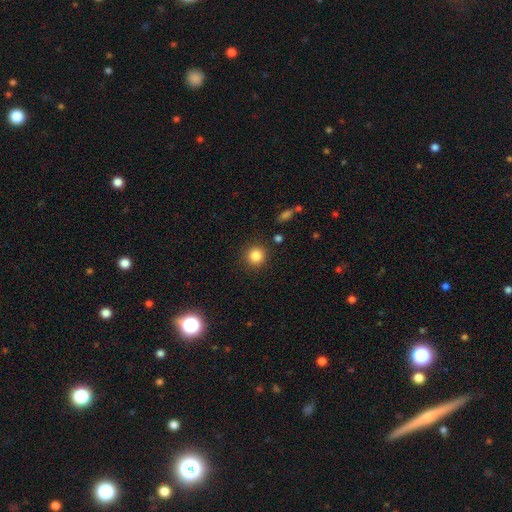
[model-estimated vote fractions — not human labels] Overall: smooth (85%). How rounded: round (93%). Merging: none (89%).